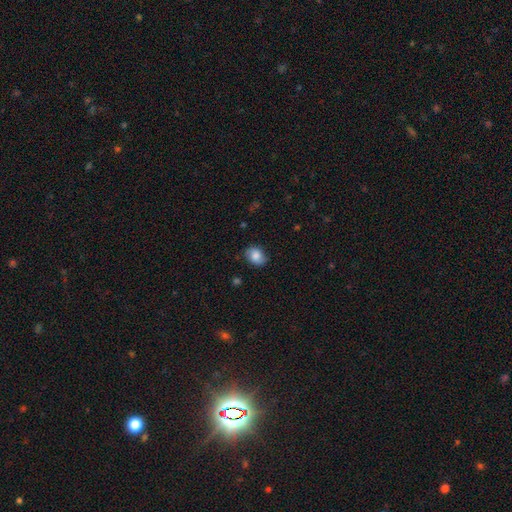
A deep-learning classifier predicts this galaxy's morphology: This is likely a smooth galaxy (75%). How rounded: likely in between (64%). Merging: likely none (76%).